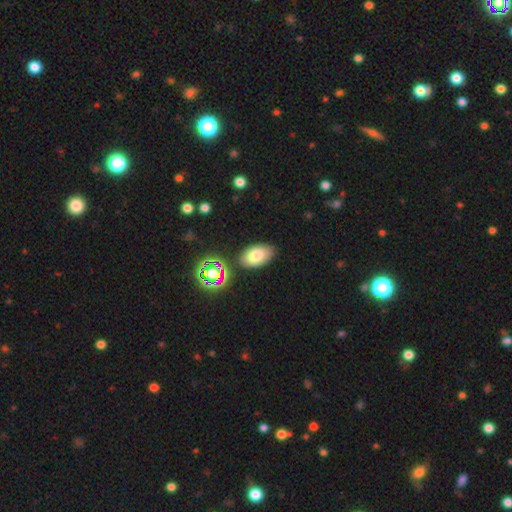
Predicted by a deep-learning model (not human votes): Smooth or featured?
  - smooth: 77% *
  - star or artifact: 12%
  - featured or disk: 11%
How rounded?
  - in between: 93% *
  - round: 6%
  - cigar-shaped: 2%
Merging?
  - none: 81% *
  - minor disturbance: 12%
  - merger: 4%
  - major disturbance: 3%